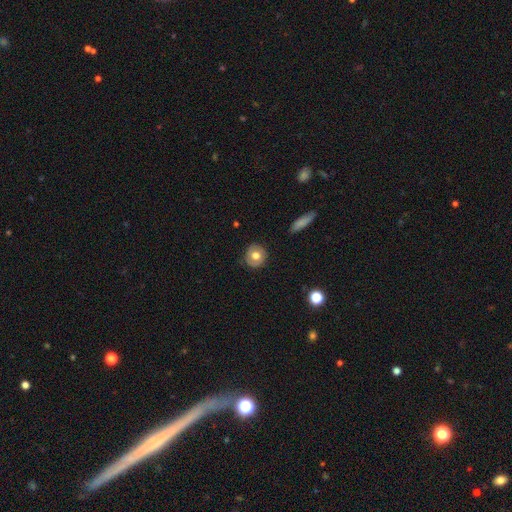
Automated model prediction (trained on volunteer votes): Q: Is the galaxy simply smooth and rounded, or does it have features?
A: smooth — 65%.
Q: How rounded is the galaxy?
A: round — 88%.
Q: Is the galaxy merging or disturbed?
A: none — 84%.